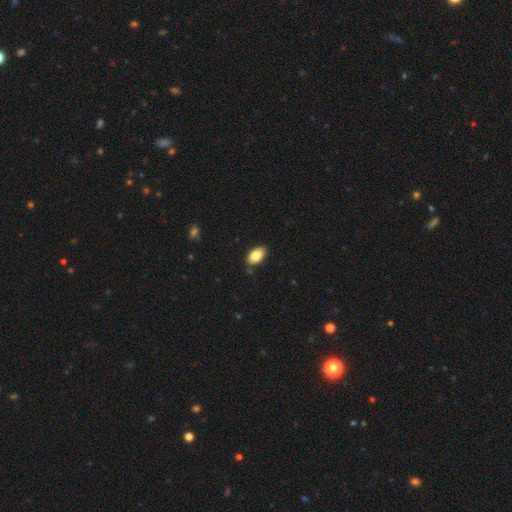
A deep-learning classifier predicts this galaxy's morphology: The model was most divided on "smooth or featured": smooth: 81%, featured or disk: 12%, star or artifact: 7%. More confident: how rounded — in between (93%); merging — none (85%).